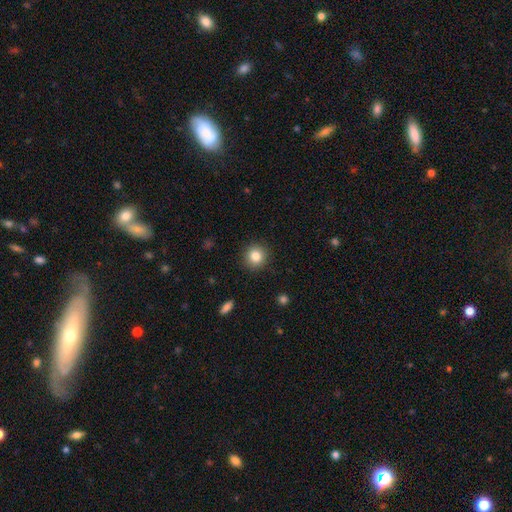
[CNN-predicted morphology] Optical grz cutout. It shows a smooth galaxy with no disk features (82%) that is round (91%). Merging: none (90%).